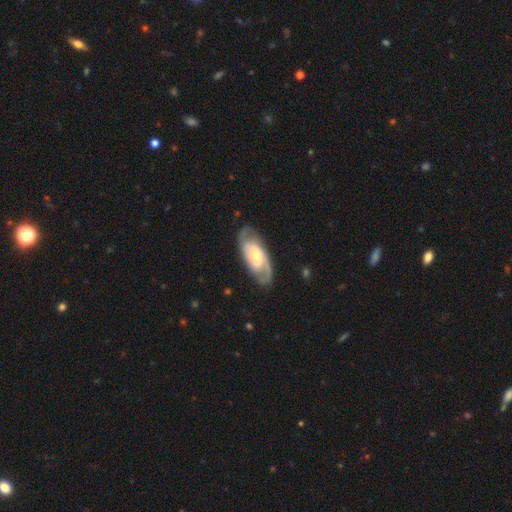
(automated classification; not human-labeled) This appears to be a featured or disk galaxy (81%) with no bar (47%), 2 (76%) tight (50%) spiral arms (94%) and a small central bulge (52%). Merging: none (79%).